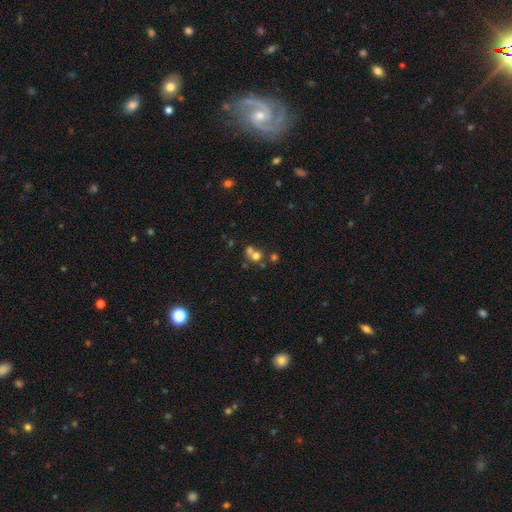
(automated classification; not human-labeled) smooth 65%, featured or disk 18%, star or artifact 18%. Down the decision tree: how rounded — round (78%); merging — merger (50%).